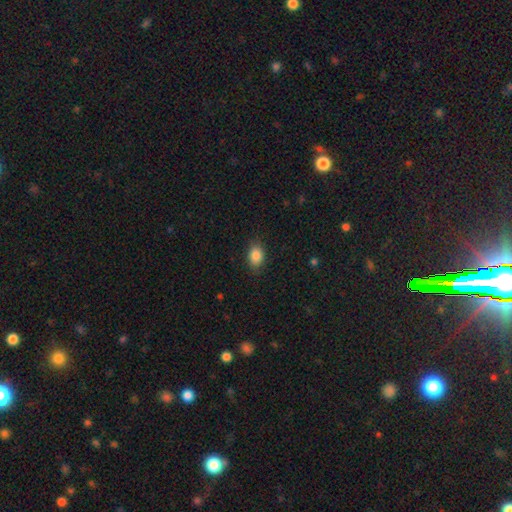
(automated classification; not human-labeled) A smooth galaxy with no disk features (86%) that is in between round and cigar-shaped (77%).

Vote fractions:
- Smooth or featured? smooth: 86% / star or artifact: 9% / featured or disk: 5%
- How rounded? in between: 77% / round: 22% / cigar-shaped: 1%
- Merging? none: 85% / minor disturbance: 11% / major disturbance: 3% / merger: 1%